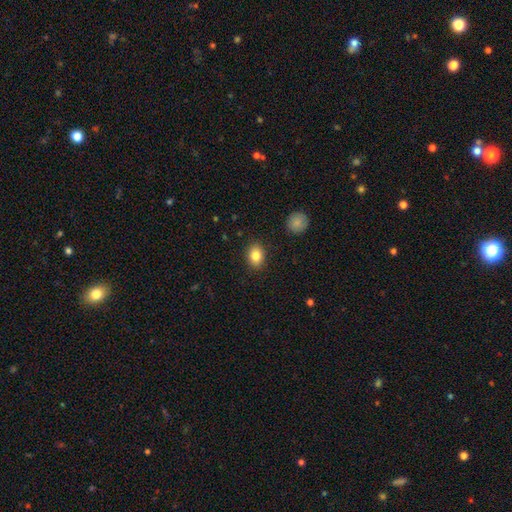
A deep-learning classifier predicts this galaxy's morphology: Q: Smooth or featured?
A: smooth (84%); runner-up: star or artifact (9%)
Q: How rounded?
A: in between (61%); runner-up: round (38%)
Q: Merging?
A: none (89%); runner-up: minor disturbance (8%)